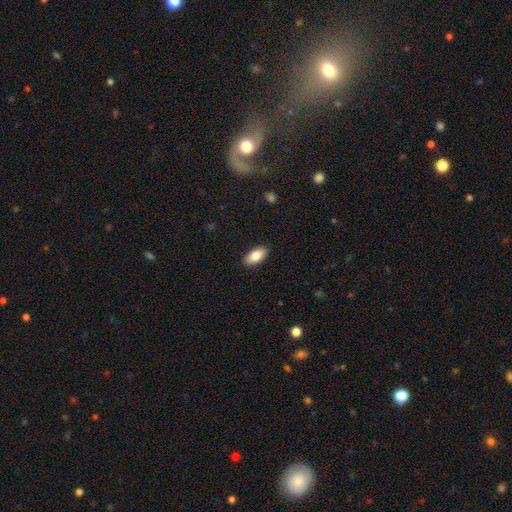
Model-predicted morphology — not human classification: This is clearly a smooth galaxy (85%). How rounded: clearly in between (91%). Merging: clearly none (90%).